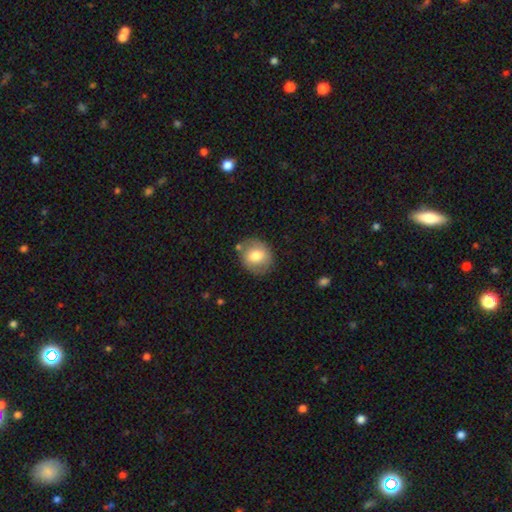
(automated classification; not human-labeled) Q: Smooth or featured?
A: smooth (70%); runner-up: featured or disk (22%)
Q: How rounded?
A: round (70%); runner-up: in between (29%)
Q: Merging?
A: none (79%); runner-up: minor disturbance (14%)